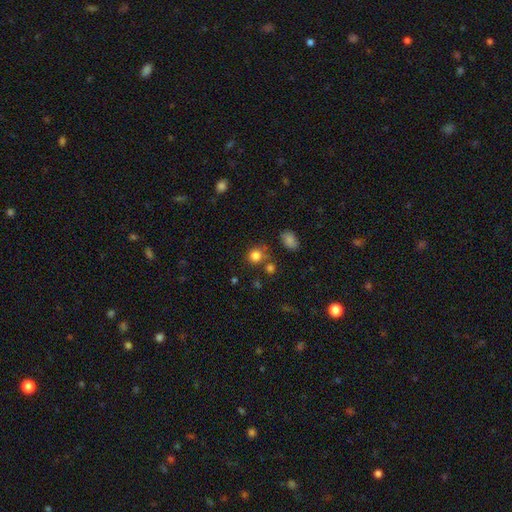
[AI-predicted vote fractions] A smooth galaxy with no disk features (81%) that is round (84%). Merging: none (69%).